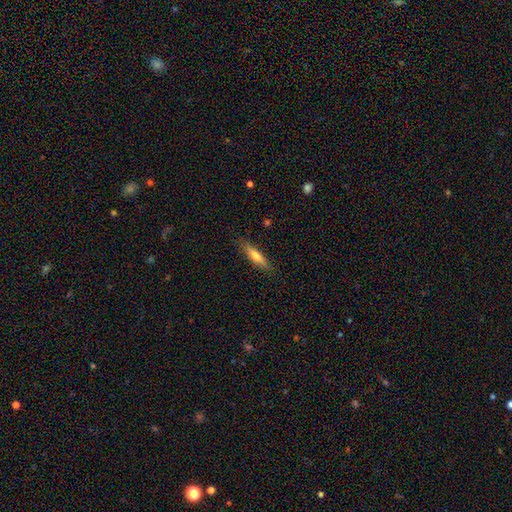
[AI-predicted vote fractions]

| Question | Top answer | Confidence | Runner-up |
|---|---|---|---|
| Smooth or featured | smooth | 62% | featured or disk (32%) |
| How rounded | cigar-shaped | 82% | in between (16%) |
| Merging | none | 86% | minor disturbance (10%) |